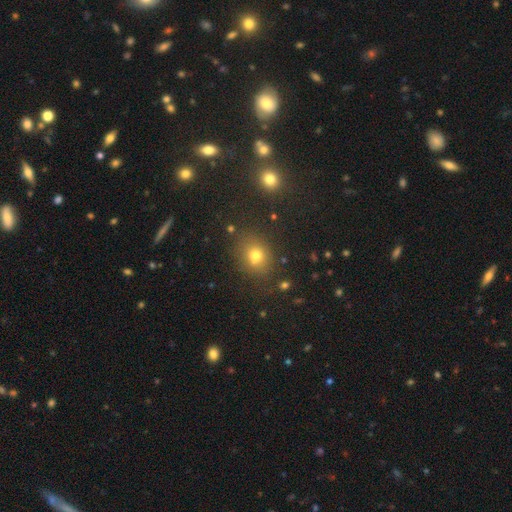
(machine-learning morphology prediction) Smooth or featured?
  - smooth: 72% *
  - star or artifact: 19%
  - featured or disk: 9%
How rounded?
  - round: 60% *
  - in between: 39%
  - cigar-shaped: 1%
Merging?
  - none: 77% *
  - minor disturbance: 12%
  - merger: 6%
  - major disturbance: 5%